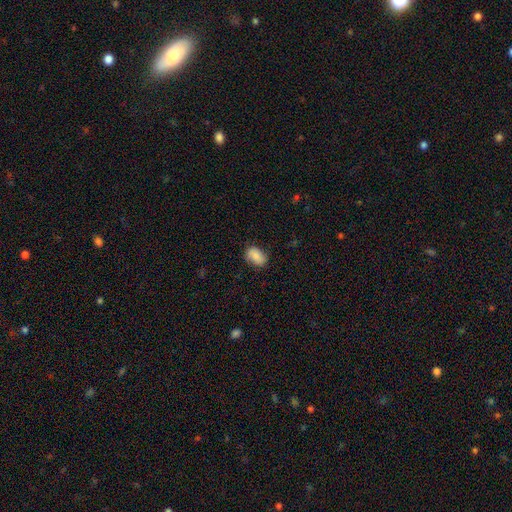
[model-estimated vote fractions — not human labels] The model was most divided on "merging": none: 73%, minor disturbance: 20%, major disturbance: 5%, merger: 1%. More confident: how rounded — in between (84%); smooth or featured — smooth (81%).